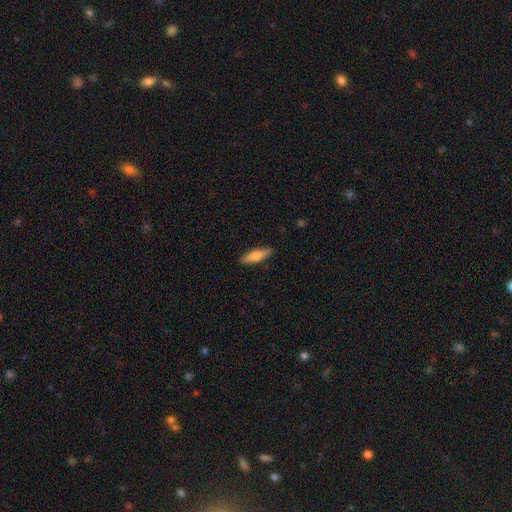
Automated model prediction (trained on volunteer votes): A smooth galaxy with no disk features (67%) that is cigar-shaped (56%). Merging: none (88%).